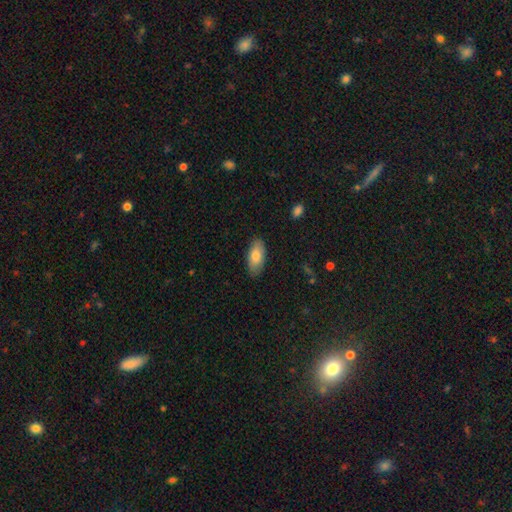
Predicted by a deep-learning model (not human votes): Smooth or featured?
  - smooth: 81% *
  - featured or disk: 13%
  - star or artifact: 6%
How rounded?
  - in between: 90% *
  - cigar-shaped: 8%
  - round: 2%
Merging?
  - none: 86% *
  - minor disturbance: 11%
  - major disturbance: 2%
  - merger: 1%